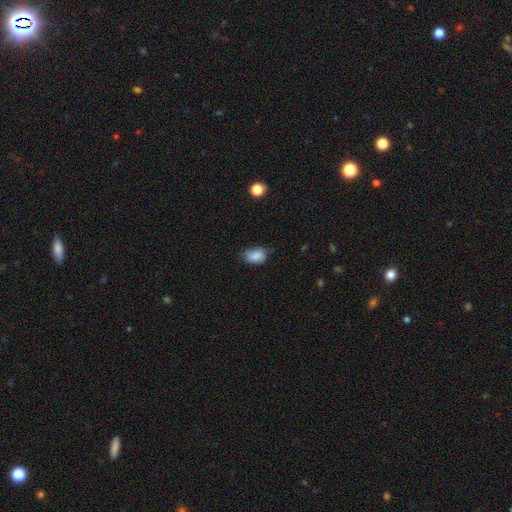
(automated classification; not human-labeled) A smooth galaxy with no disk features (81%) that is in between round and cigar-shaped (84%).

Vote fractions:
- Smooth or featured? smooth: 81% / featured or disk: 11% / star or artifact: 8%
- How rounded? in between: 84% / round: 14% / cigar-shaped: 1%
- Merging? none: 53% / minor disturbance: 37% / major disturbance: 9% / merger: 2%